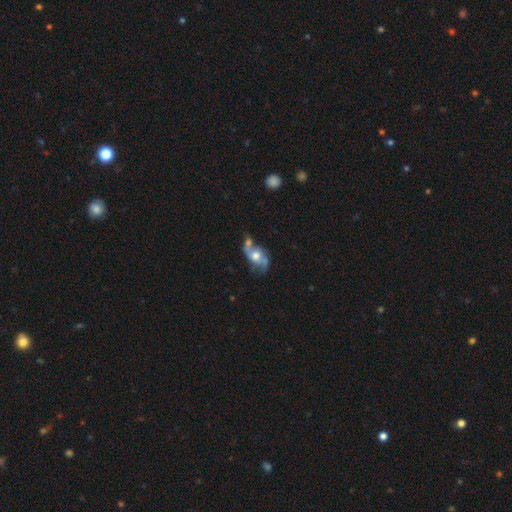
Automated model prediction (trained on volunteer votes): smooth_or_featured: featured or disk (p=0.68) [alt: smooth p=0.24]
disk_edge_on: no (p=0.94) [alt: yes p=0.06]
bar: no (p=0.64) [alt: weak p=0.28]
has_spiral_arms: yes (p=0.79) [alt: no p=0.21]
spiral_winding: loose (p=0.62) [alt: medium p=0.30]
spiral_arm_count: 2 (p=0.85) [alt: can't tell p=0.07]
bulge_size: moderate (p=0.64) [alt: large p=0.19]
merging: none (p=0.36) [alt: merger p=0.29]